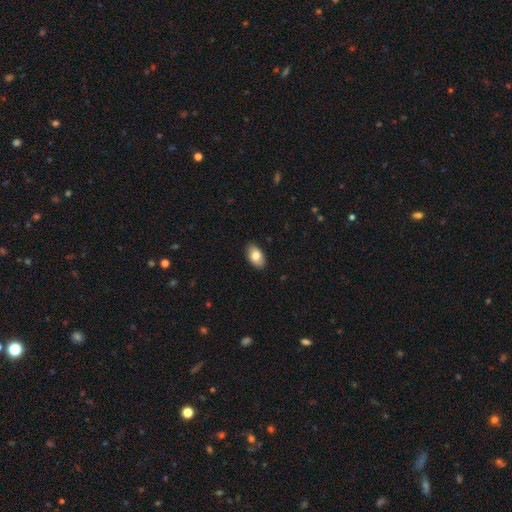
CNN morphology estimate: This appears to be a smooth galaxy with no disk features (81%) that is in between round and cigar-shaped (93%). Merging: none (88%).